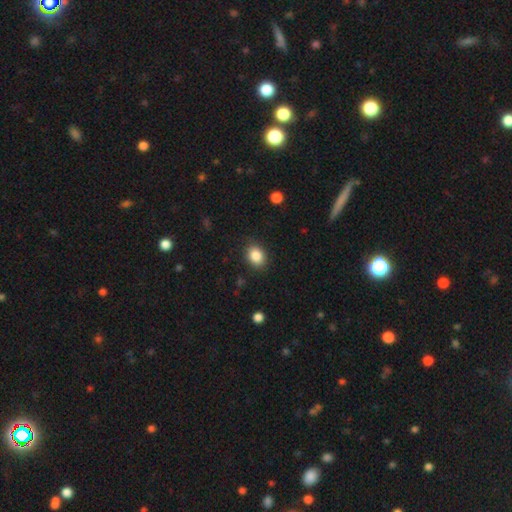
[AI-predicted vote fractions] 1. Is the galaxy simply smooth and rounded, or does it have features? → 86% smooth, 9% star or artifact, 5% featured or disk.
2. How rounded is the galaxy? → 54% in between, 45% round, 1% cigar-shaped.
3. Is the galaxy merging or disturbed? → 86% none, 10% minor disturbance, 3% major disturbance, 1% merger.